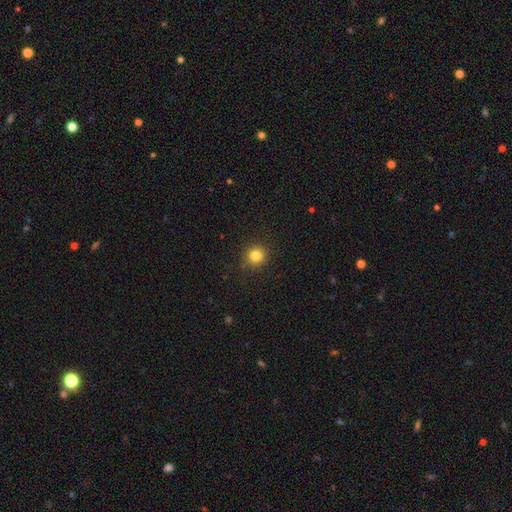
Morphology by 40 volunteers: This appears to be a smooth galaxy with no disk features (82%) that is round (97%). Merging: none (97%).